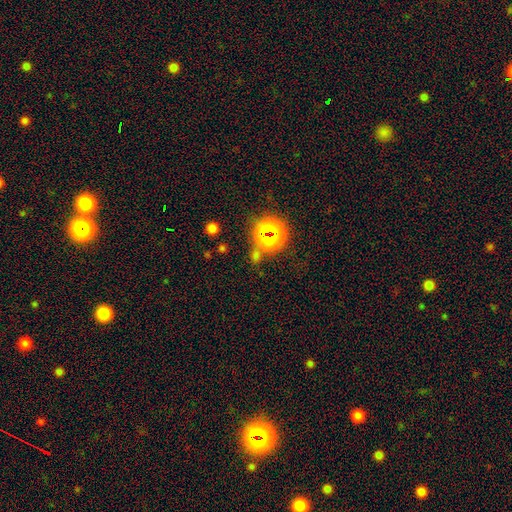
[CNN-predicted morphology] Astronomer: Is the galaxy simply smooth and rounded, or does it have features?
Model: star or artifact — 52% (runner-up: smooth, 41%).